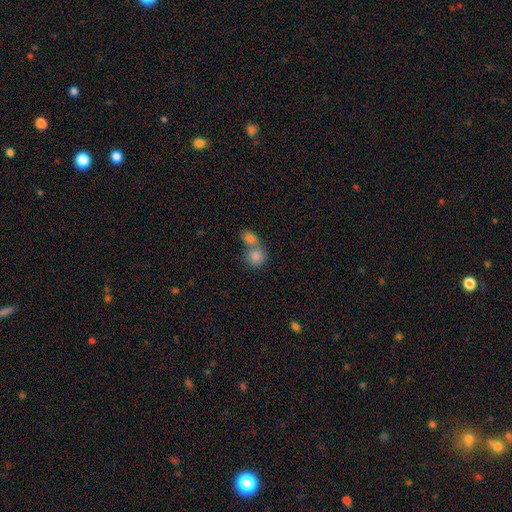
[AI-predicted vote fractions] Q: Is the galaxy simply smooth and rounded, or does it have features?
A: smooth — 83%.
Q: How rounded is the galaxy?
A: round — 74%.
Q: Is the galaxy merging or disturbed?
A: merger — 63%.